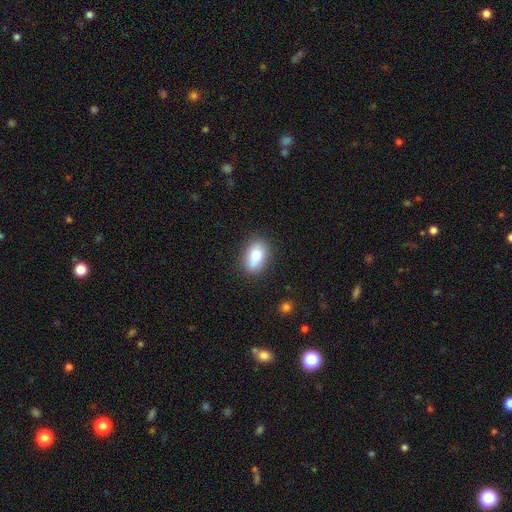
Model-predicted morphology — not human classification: smooth_or_featured: smooth (p=0.80) [alt: featured or disk p=0.12]
how_rounded: in between (p=0.85) [alt: round p=0.11]
merging: none (p=0.79) [alt: minor disturbance p=0.15]